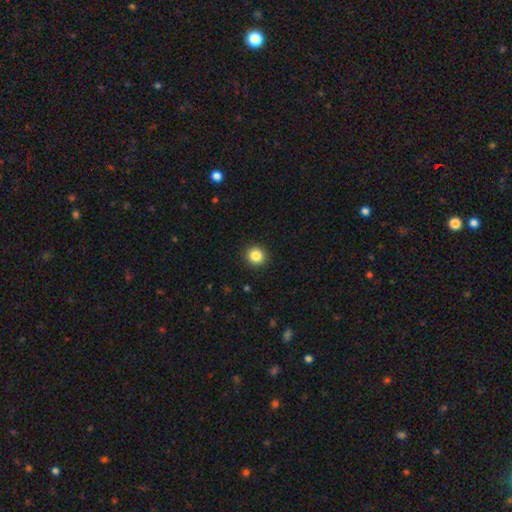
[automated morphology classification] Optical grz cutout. It shows a smooth galaxy with no disk features (85%) that is round (93%). Merging: none (93%).